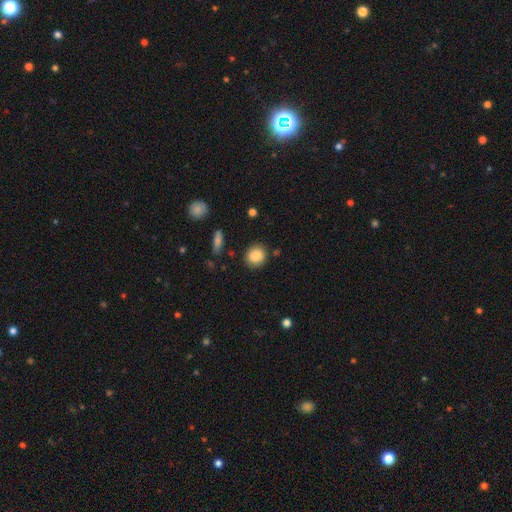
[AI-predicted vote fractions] smooth 86%, star or artifact 8%, featured or disk 6%. Down the decision tree: how rounded — round (77%); merging — none (85%).